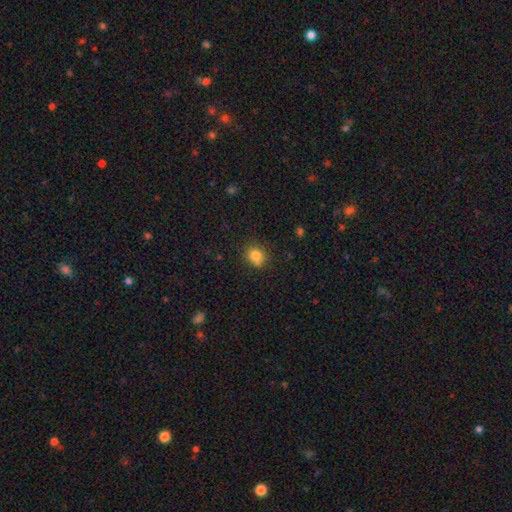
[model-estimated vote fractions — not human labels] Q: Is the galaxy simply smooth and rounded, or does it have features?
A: smooth — 80%.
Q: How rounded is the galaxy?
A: round — 73%.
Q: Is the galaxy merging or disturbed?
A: none — 74%.